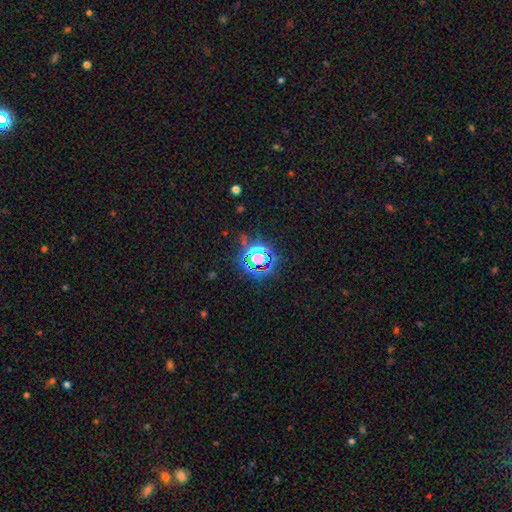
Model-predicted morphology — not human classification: smooth_or_featured: star or artifact (p=0.77) [alt: smooth p=0.15]